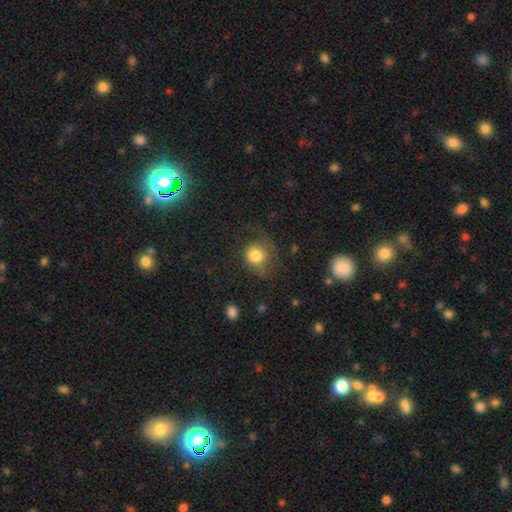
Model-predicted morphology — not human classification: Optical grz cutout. It shows a smooth galaxy with no disk features (77%) that is round (82%). Merging: none (49%).